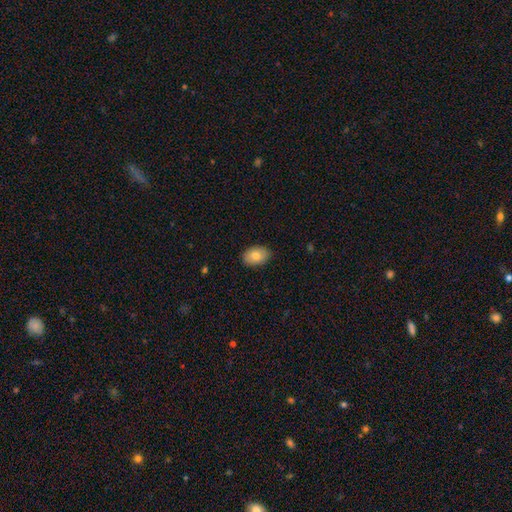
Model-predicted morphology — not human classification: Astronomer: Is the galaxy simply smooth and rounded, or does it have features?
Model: smooth — 80%.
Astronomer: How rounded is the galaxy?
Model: in between — 86%.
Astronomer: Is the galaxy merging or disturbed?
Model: none — 87%.